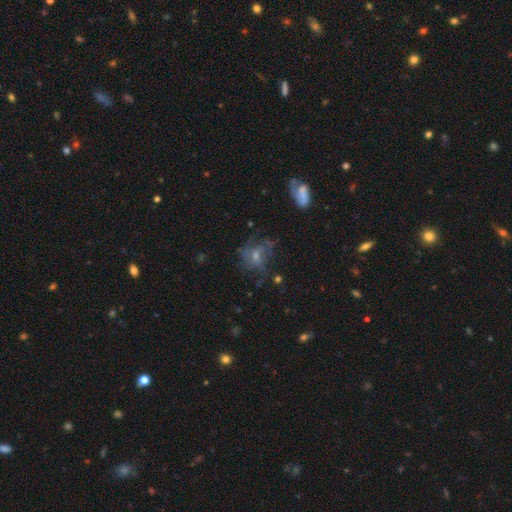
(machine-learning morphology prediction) Smooth or featured?
  - featured or disk: 48% *
  - smooth: 31%
  - star or artifact: 22%
Merging?
  - none: 52% *
  - major disturbance: 24%
  - minor disturbance: 21%
  - merger: 4%